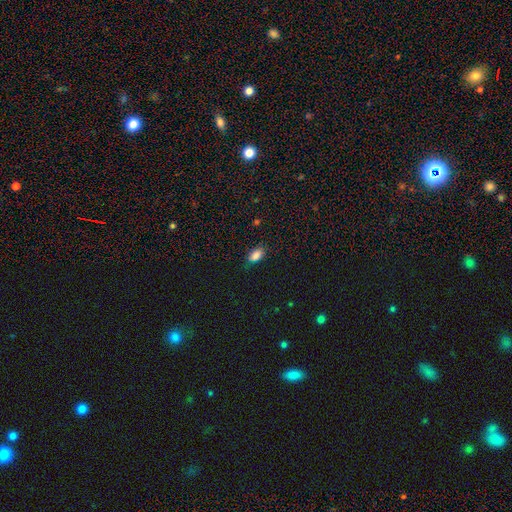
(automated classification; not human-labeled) A smooth galaxy with no disk features (84%) that is in between round and cigar-shaped (89%). Merging: none (76%).